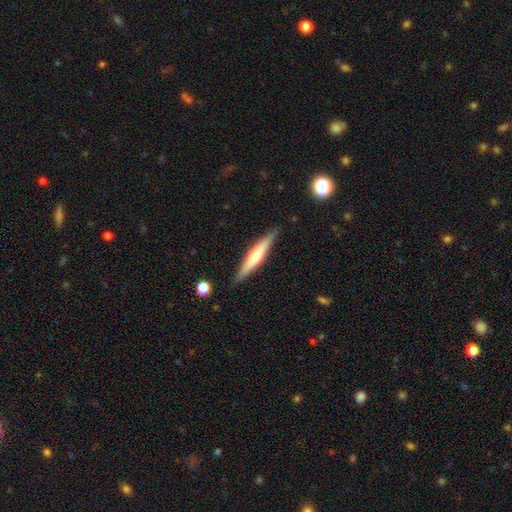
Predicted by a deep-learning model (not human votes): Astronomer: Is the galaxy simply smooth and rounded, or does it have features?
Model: featured or disk — 50% (runner-up: smooth, 44%).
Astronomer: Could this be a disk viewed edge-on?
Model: yes — 95%.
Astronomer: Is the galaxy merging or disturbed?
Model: none — 88%.